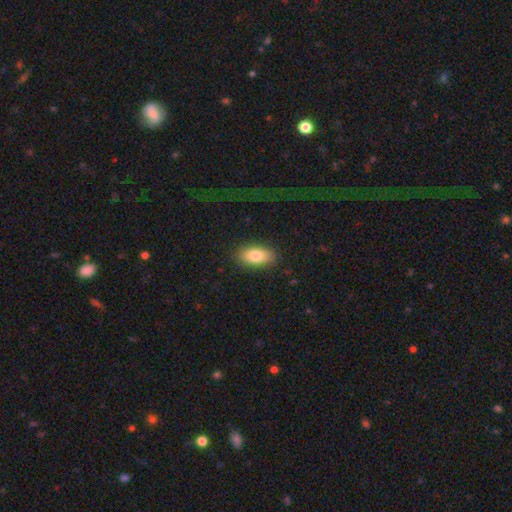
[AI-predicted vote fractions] Q: Smooth or featured?
A: smooth (81%); runner-up: featured or disk (12%)
Q: How rounded?
A: in between (90%); runner-up: round (5%)
Q: Merging?
A: none (86%); runner-up: minor disturbance (10%)